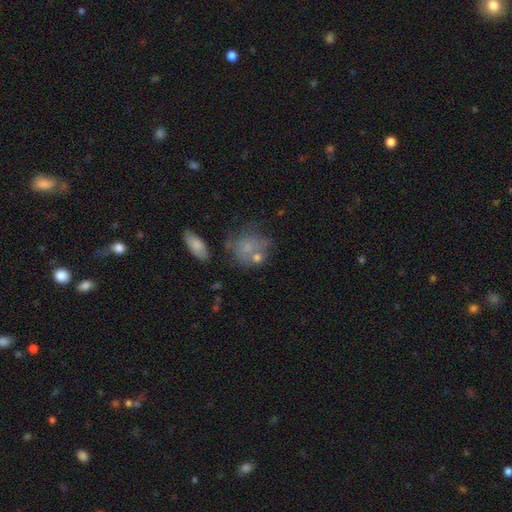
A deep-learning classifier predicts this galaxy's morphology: Overall: smooth (54%; featured or disk 30%). How rounded: round (64%; in between 34%). Merging: none (49%; minor disturbance 21%).